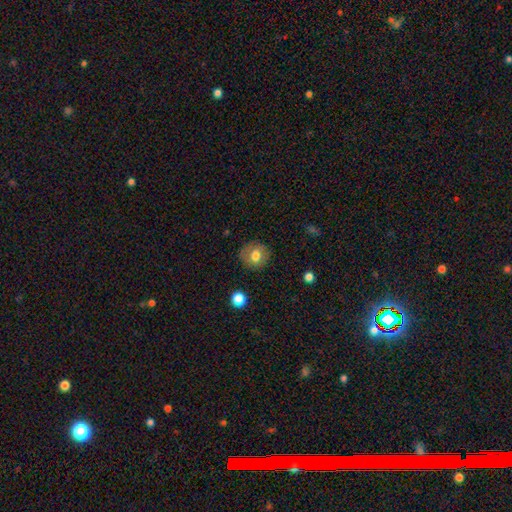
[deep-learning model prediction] Smooth or featured? smooth (72%)
How rounded? round (81%)
Merging? none (82%)